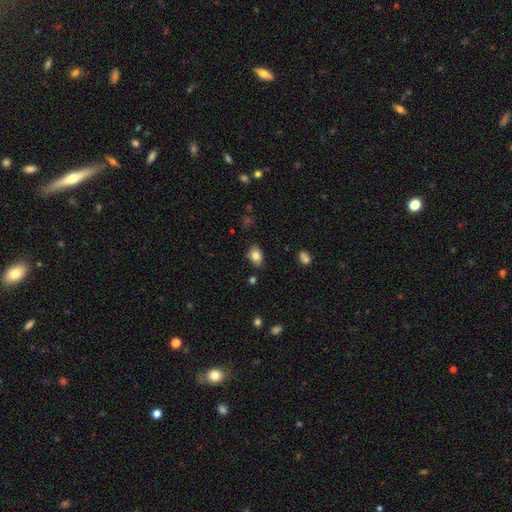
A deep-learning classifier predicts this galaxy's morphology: Q: Smooth or featured?
A: smooth (81%); runner-up: featured or disk (11%)
Q: How rounded?
A: in between (87%); runner-up: round (12%)
Q: Merging?
A: none (81%); runner-up: minor disturbance (15%)